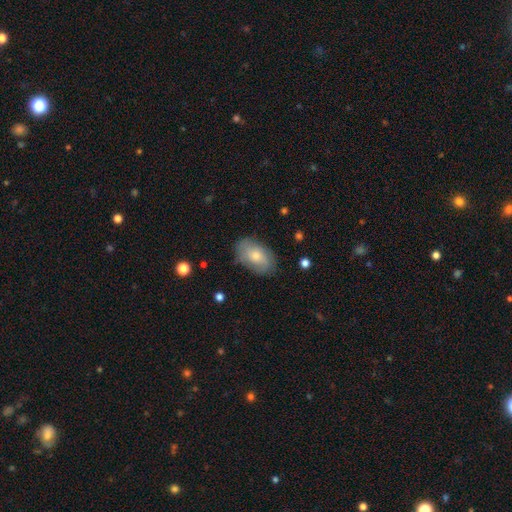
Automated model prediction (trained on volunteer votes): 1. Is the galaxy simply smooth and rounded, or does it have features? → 65% smooth, 28% featured or disk, 7% star or artifact.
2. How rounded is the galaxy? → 89% in between, 9% round, 2% cigar-shaped.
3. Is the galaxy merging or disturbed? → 77% none, 17% minor disturbance, 5% major disturbance, 1% merger.